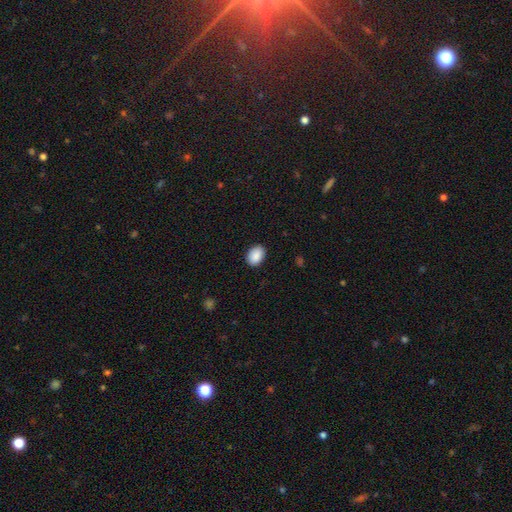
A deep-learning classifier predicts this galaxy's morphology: This appears to be a smooth galaxy with no disk features (90%) that is in between round and cigar-shaped (80%). Merging: none (89%).